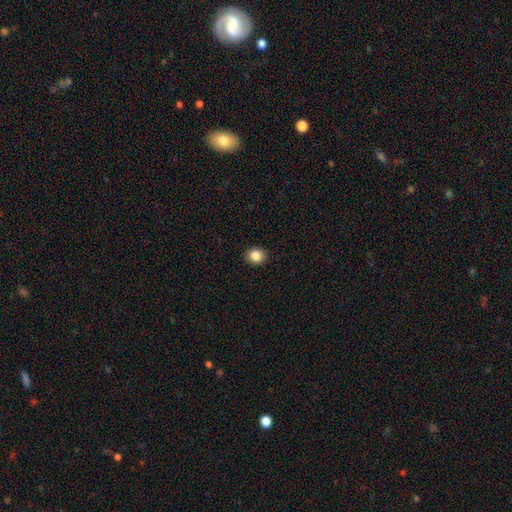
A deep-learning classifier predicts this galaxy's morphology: This appears to be a smooth galaxy with no disk features (86%) that is round (74%). Merging: none (92%).